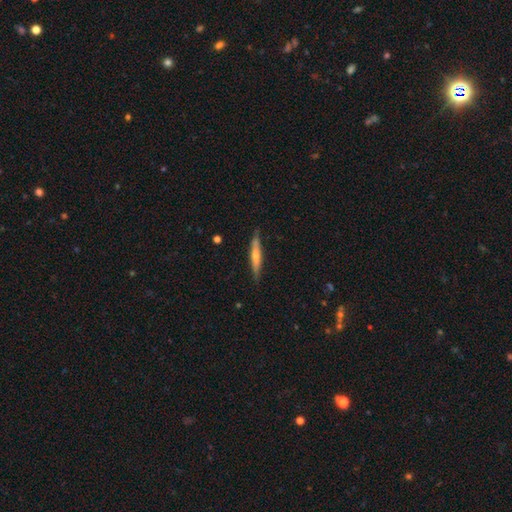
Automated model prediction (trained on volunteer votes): smooth 50%, featured or disk 45%, star or artifact 6%. Down the decision tree: merging — none (84%).